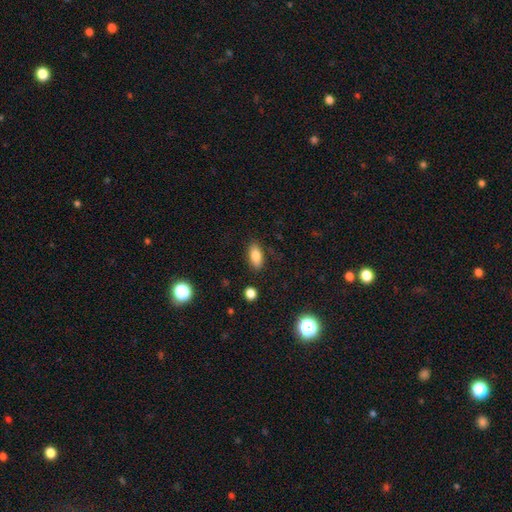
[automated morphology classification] smooth_or_featured: smooth (p=0.83) [alt: featured or disk p=0.09]
how_rounded: in between (p=0.86) [alt: cigar-shaped p=0.10]
merging: none (p=0.85) [alt: minor disturbance p=0.11]